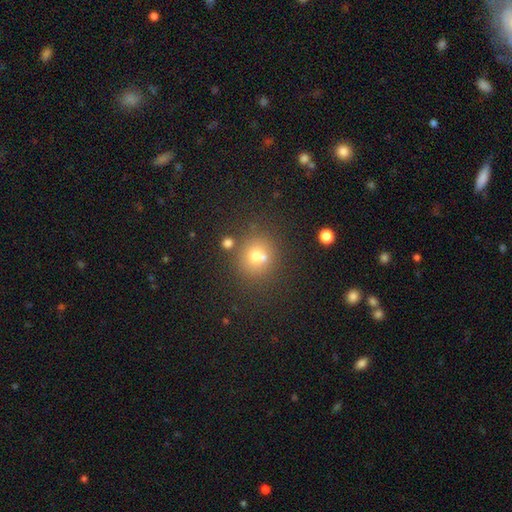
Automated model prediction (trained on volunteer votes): A smooth galaxy with no disk features (66%) that is round (83%). Merging: none (60%).